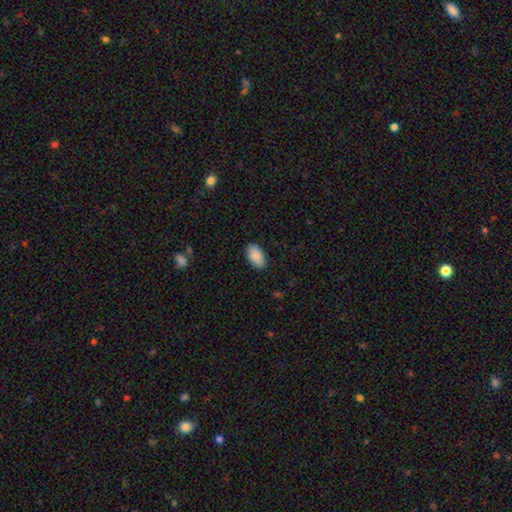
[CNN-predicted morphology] This is clearly a smooth galaxy (90%). How rounded: clearly in between (95%). Merging: clearly none (88%).